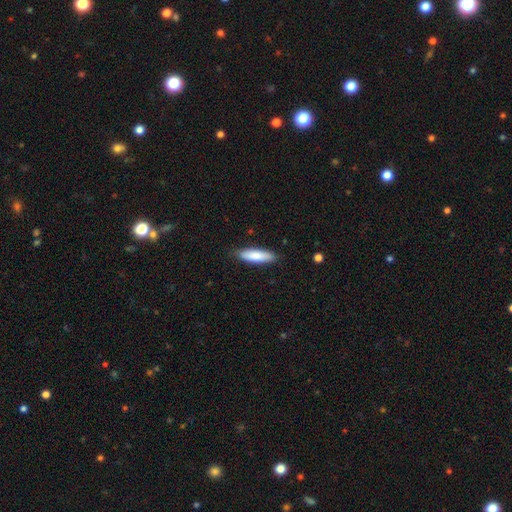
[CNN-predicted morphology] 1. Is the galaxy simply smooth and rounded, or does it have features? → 83% smooth, 11% featured or disk, 5% star or artifact.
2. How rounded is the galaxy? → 62% cigar-shaped, 37% in between, 1% round.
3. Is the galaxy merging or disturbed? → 86% none, 11% minor disturbance, 2% major disturbance, 1% merger.